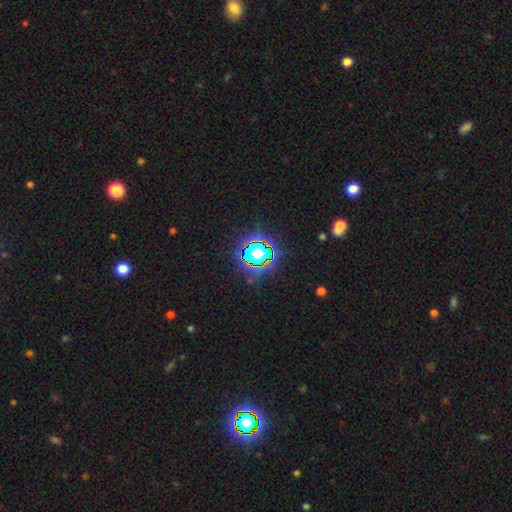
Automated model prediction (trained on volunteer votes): Morphology: type=star or artifact (63%).